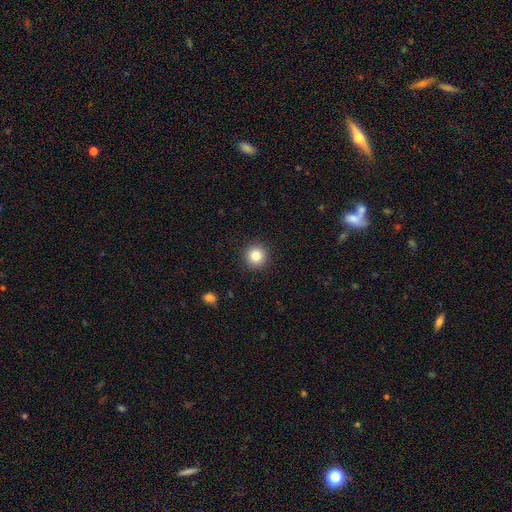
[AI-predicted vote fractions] smooth 84%, star or artifact 10%, featured or disk 6%. Down the decision tree: how rounded — round (95%); merging — none (92%).